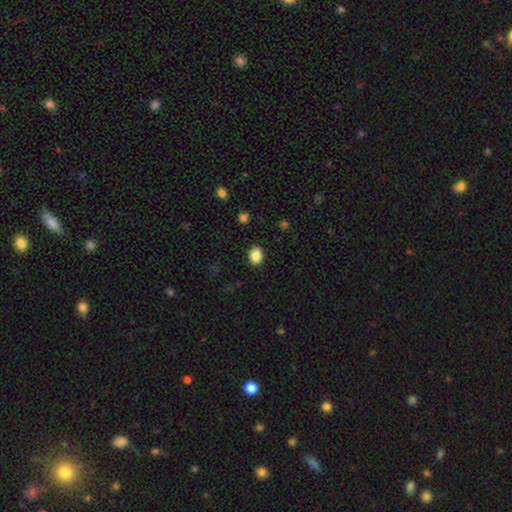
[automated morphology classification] Smooth or featured: smooth — 87% (star or artifact — 9%)
How rounded: in between — 60% (round — 39%)
Merging: none — 89% (minor disturbance — 8%)